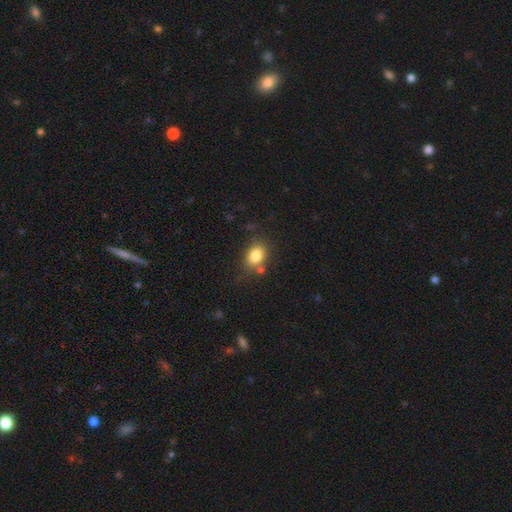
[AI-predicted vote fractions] Smooth or featured? Predicted: smooth (p=0.82). How rounded? Predicted: in between (p=0.61). Merging? Predicted: none (p=0.68).